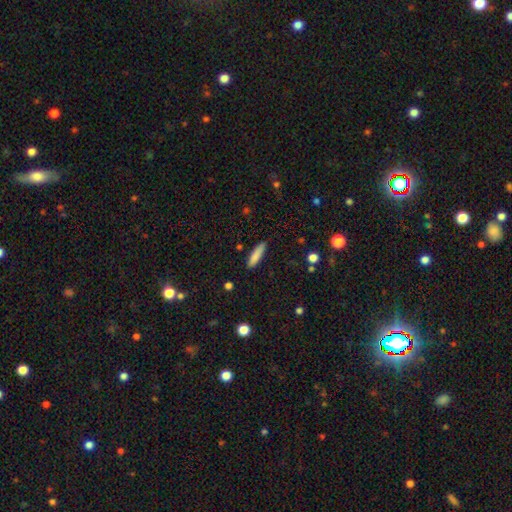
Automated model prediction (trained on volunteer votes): Smooth or featured? smooth (85%)
How rounded? cigar-shaped (74%)
Merging? none (85%)